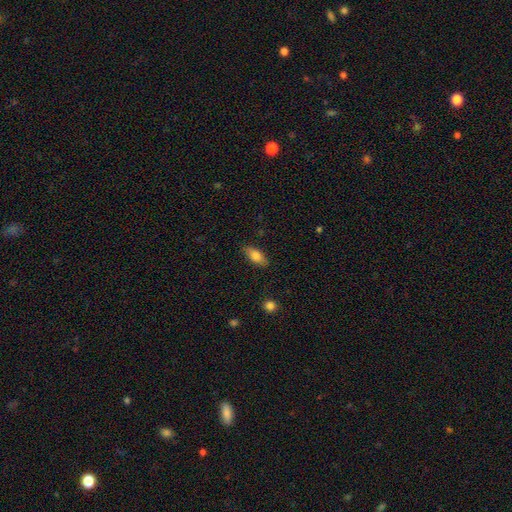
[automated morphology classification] Overall: smooth (78%). How rounded: in between (82%). Merging: none (86%).